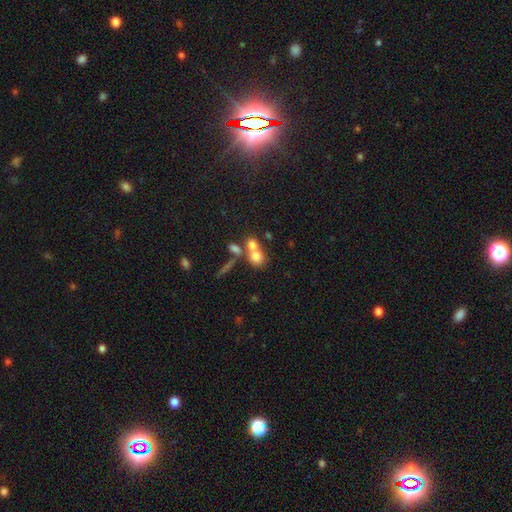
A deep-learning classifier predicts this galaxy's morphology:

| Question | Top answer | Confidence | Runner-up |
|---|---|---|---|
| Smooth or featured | smooth | 70% | featured or disk (18%) |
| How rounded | round | 68% | in between (30%) |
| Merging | merger | 54% | none (34%) |